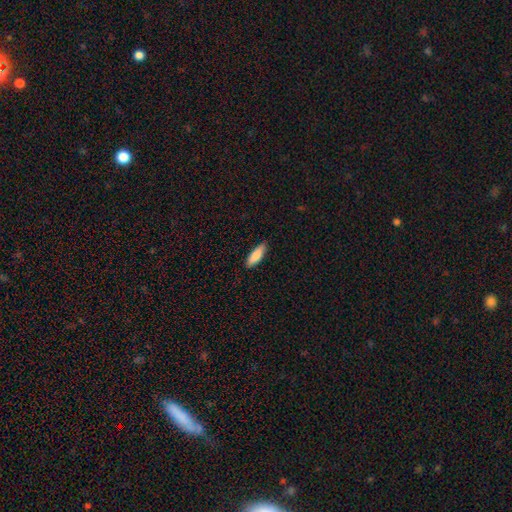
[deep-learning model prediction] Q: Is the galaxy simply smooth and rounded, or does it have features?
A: smooth — 86%.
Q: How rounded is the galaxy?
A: in between — 52%.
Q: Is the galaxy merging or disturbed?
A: none — 87%.